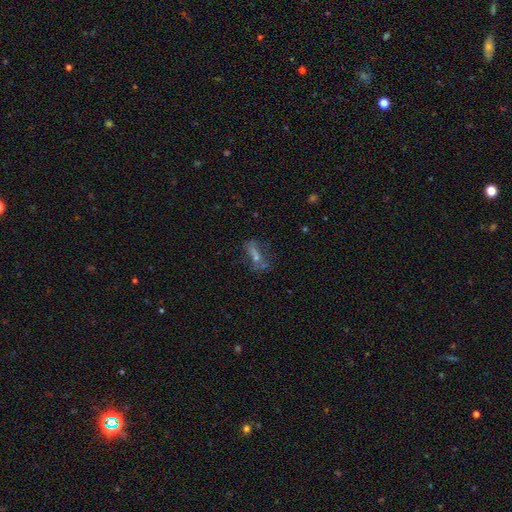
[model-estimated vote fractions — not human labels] This appears to be a featured or disk galaxy (46%). Merging: none (54%).